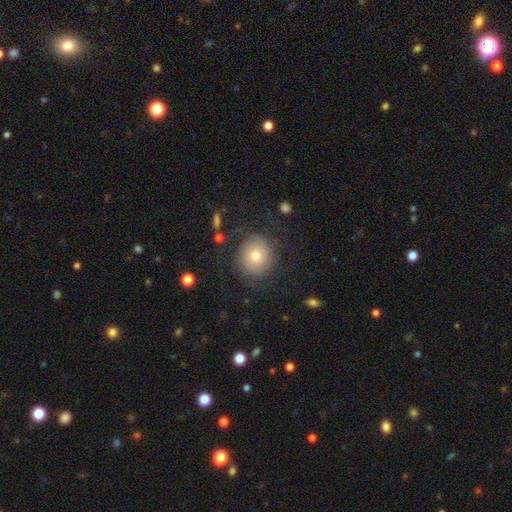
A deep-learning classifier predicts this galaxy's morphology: A smooth galaxy with no disk features (51%) that is round (84%).

Vote fractions:
- Smooth or featured? smooth: 51% / featured or disk: 37% / star or artifact: 12%
- How rounded? round: 84% / in between: 15% / cigar-shaped: 1%
- Merging? none: 75% / minor disturbance: 13% / major disturbance: 10% / merger: 2%